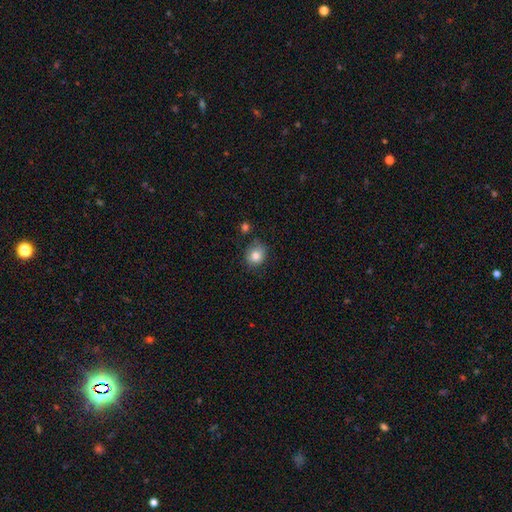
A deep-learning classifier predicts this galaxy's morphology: This is clearly a smooth galaxy (82%). How rounded: likely round (76%). Merging: likely none (74%).